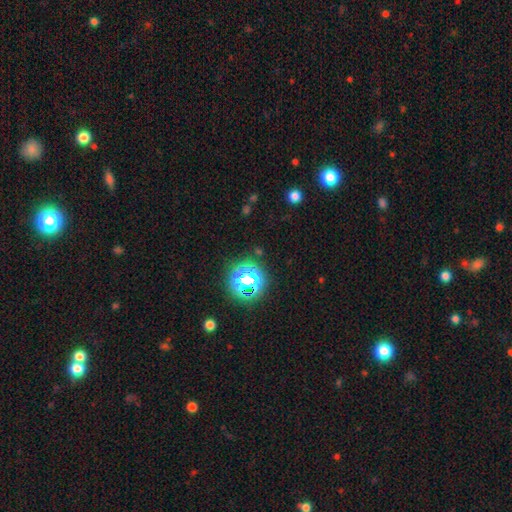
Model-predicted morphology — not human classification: Overall: star or artifact (65%; smooth 26%).